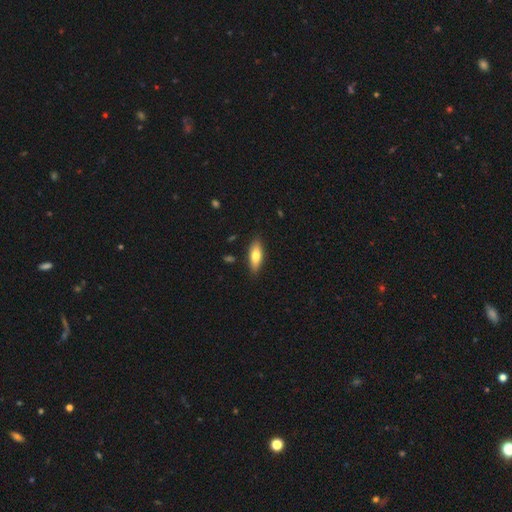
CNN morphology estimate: Smooth or featured: smooth — 71% (featured or disk — 23%)
How rounded: in between — 64% (cigar-shaped — 34%)
Merging: none — 87% (minor disturbance — 10%)